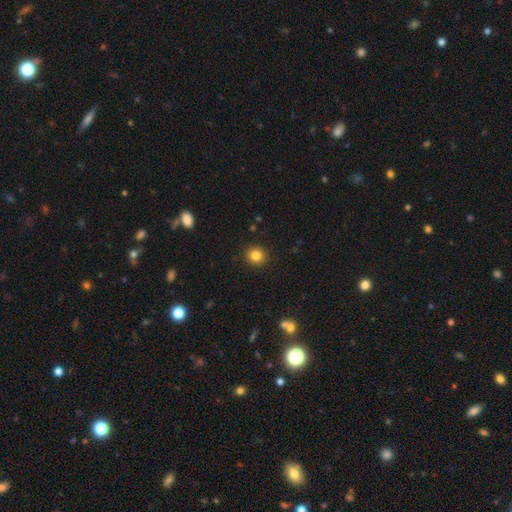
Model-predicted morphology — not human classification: Overall: smooth (83%). How rounded: round (91%). Merging: none (91%).